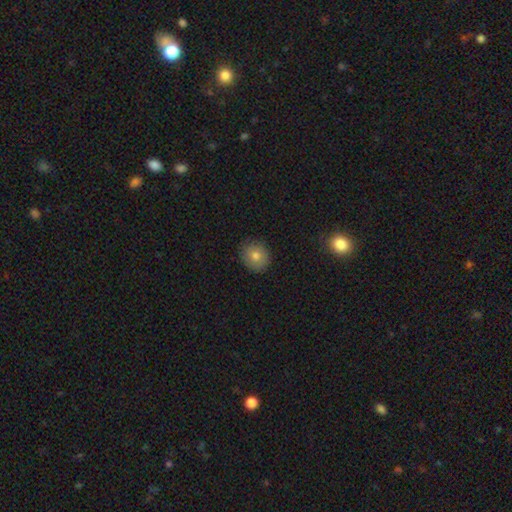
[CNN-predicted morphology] type=smooth (77%); roundness=round (85%); merging=none (88%).